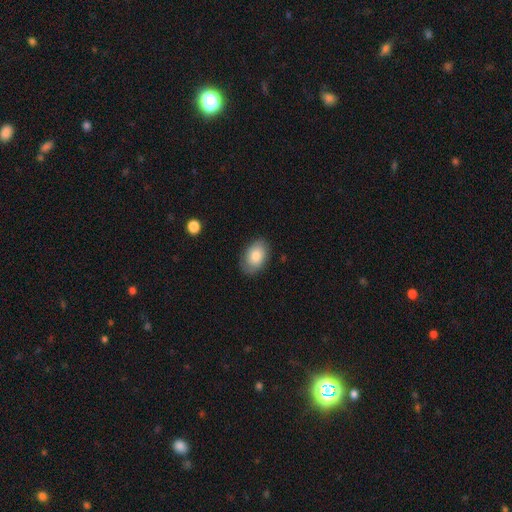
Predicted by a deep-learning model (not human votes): Smooth or featured: smooth — 81% (featured or disk — 12%)
How rounded: in between — 86% (round — 13%)
Merging: none — 83% (minor disturbance — 13%)